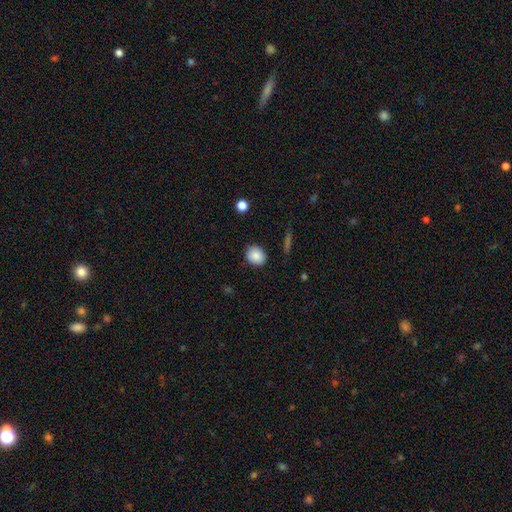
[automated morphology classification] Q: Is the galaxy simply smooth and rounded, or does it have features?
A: smooth — 87%.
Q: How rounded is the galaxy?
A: round — 69%.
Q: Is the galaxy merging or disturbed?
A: none — 87%.